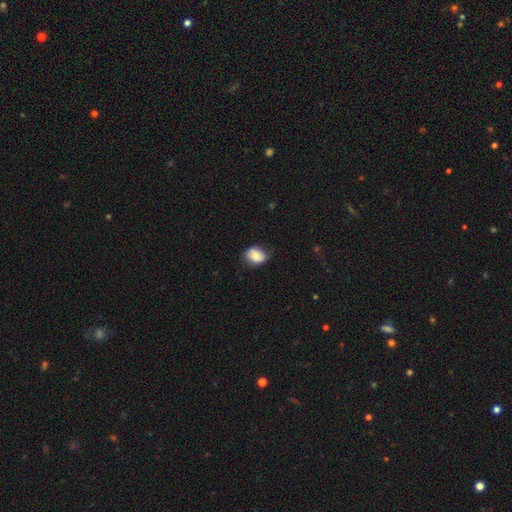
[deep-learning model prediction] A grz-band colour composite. It shows a smooth galaxy with no disk features (76%) that is in between round and cigar-shaped (62%). Merging: none (67%).